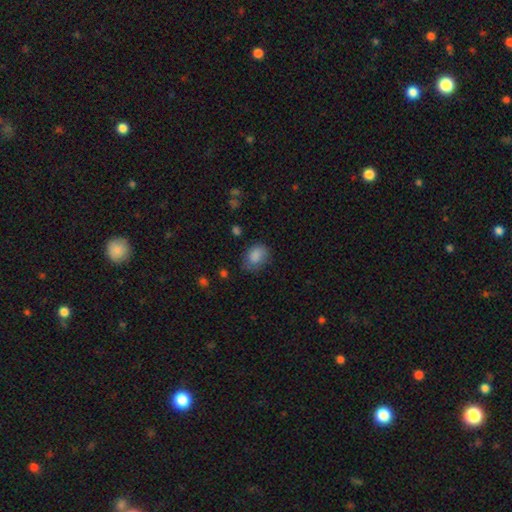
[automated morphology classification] Q: Smooth or featured?
A: smooth (85%); runner-up: star or artifact (8%)
Q: How rounded?
A: in between (71%); runner-up: round (28%)
Q: Merging?
A: none (66%); runner-up: minor disturbance (25%)